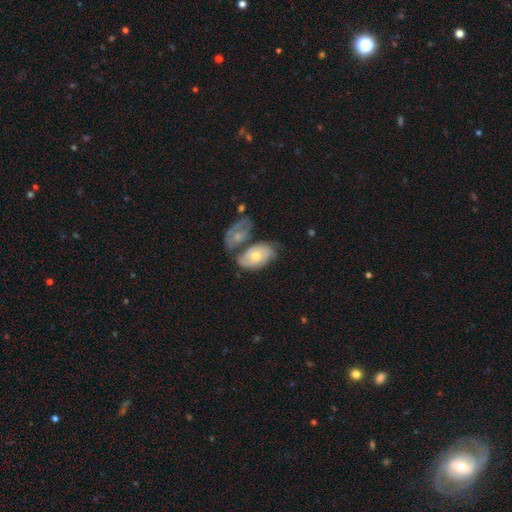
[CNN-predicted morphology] A featured or disk galaxy (57%) with no bar (76%), spiral arms (72%) and a moderate central bulge (70%).

Vote fractions:
- Smooth or featured? featured or disk: 57% / smooth: 37% / star or artifact: 6%
- Edge-on disk? no: 93% / yes: 7%
- Bar? no: 76% / weak: 20% / strong: 4%
- Spiral arms? yes: 72% / no: 28%
- Bulge size? moderate: 70% / small: 22% / large: 6% / none: 1% / dominant: 1%
- Merging? merger: 39% / none: 35% / minor disturbance: 17% / major disturbance: 9%